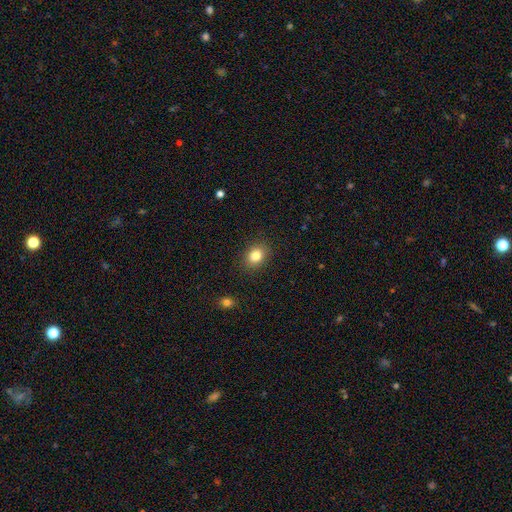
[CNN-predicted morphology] Smooth or featured: smooth — 83% (star or artifact — 11%)
How rounded: round — 51% (in between — 48%)
Merging: none — 88% (minor disturbance — 8%)